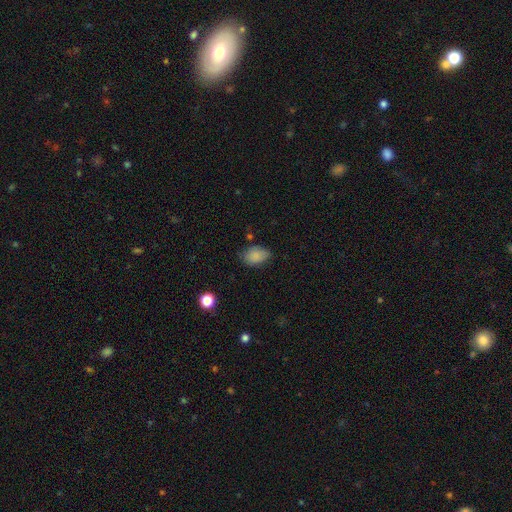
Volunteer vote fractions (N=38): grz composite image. It shows a smooth galaxy with no disk features (89%) that is in between round and cigar-shaped (91%). Merging: none (72%).